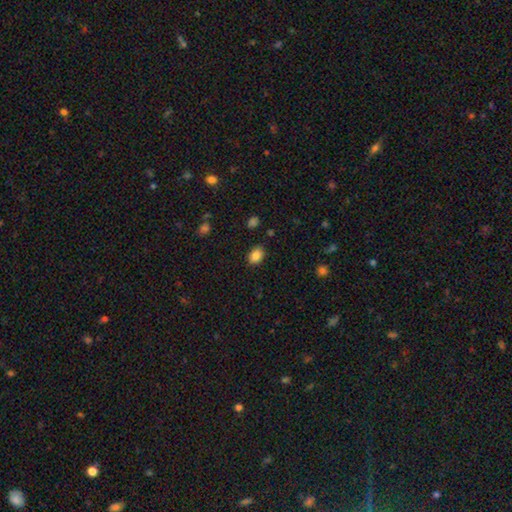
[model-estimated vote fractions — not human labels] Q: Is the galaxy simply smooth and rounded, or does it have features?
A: smooth — 85%.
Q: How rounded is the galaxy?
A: in between — 76%.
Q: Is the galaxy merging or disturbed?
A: none — 85%.